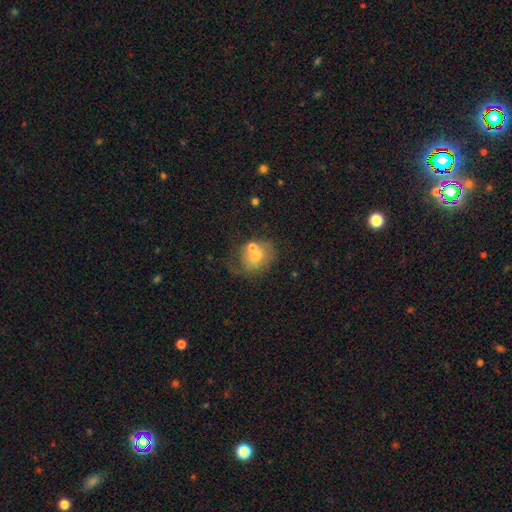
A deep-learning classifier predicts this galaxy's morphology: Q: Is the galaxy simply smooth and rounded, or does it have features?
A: smooth — 55%.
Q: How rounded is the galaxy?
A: round — 55%.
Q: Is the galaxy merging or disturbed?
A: none — 41%.